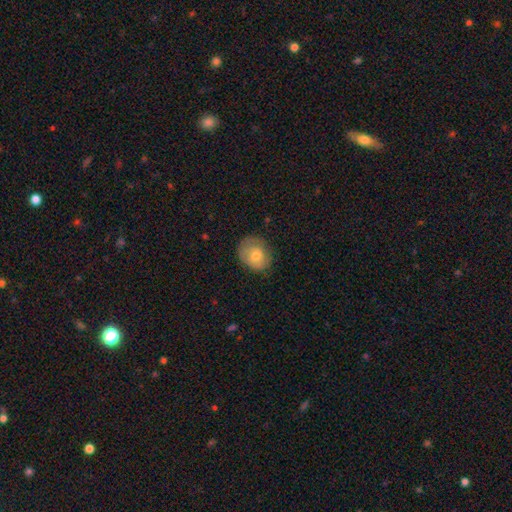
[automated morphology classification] This appears to be a smooth galaxy with no disk features (70%) that is round (62%). Merging: none (71%).